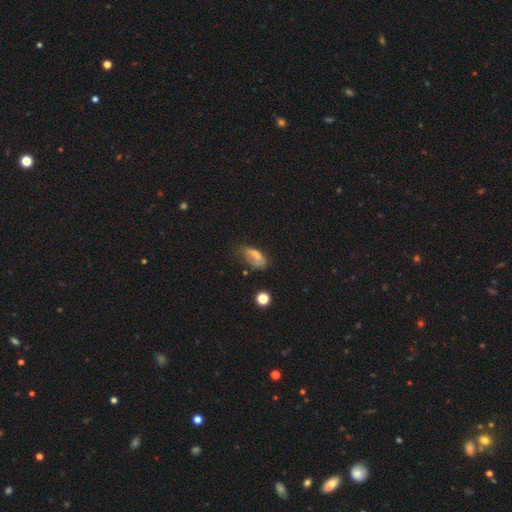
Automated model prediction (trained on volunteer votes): Q: Smooth or featured?
A: smooth (63%); runner-up: featured or disk (24%)
Q: How rounded?
A: in between (76%); runner-up: cigar-shaped (18%)
Q: Merging?
A: none (36%); runner-up: minor disturbance (33%)